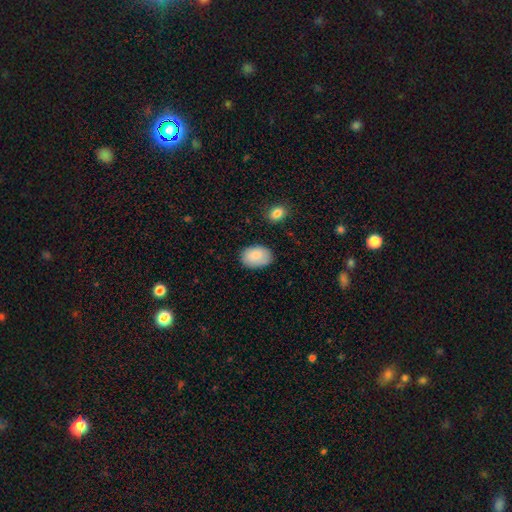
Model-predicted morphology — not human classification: smooth 85%, featured or disk 8%, star or artifact 7%. Down the decision tree: how rounded — in between (85%); merging — none (79%).